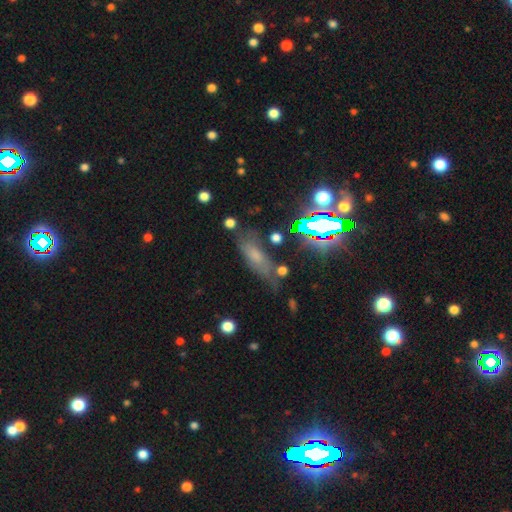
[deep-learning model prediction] Q: Smooth or featured?
A: smooth (52%); runner-up: star or artifact (25%)
Q: How rounded?
A: in between (56%); runner-up: cigar-shaped (38%)
Q: Merging?
A: none (63%); runner-up: minor disturbance (22%)